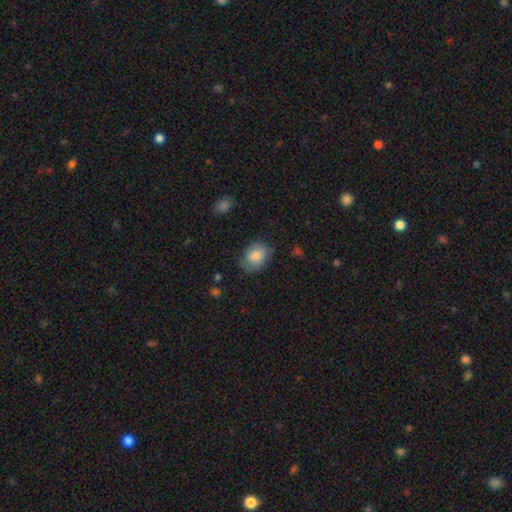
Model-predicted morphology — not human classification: smooth_or_featured: smooth (p=0.75) [alt: featured or disk p=0.17]
how_rounded: in between (p=0.57) [alt: round p=0.42]
merging: none (p=0.67) [alt: minor disturbance p=0.25]